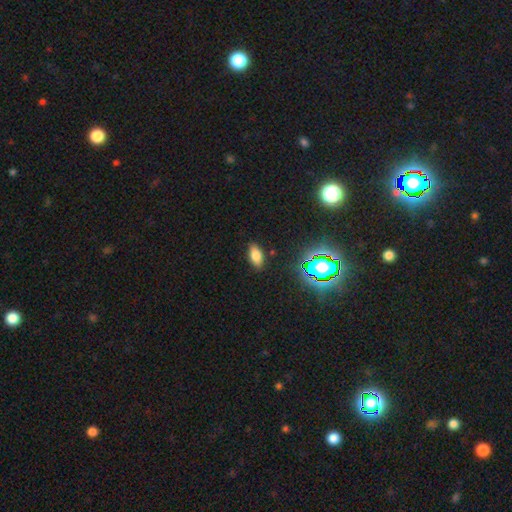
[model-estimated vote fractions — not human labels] A smooth galaxy with no disk features (76%) that is in between round and cigar-shaped (90%).

Vote fractions:
- Smooth or featured? smooth: 76% / star or artifact: 16% / featured or disk: 8%
- How rounded? in between: 90% / cigar-shaped: 6% / round: 5%
- Merging? none: 85% / minor disturbance: 11% / major disturbance: 2% / merger: 1%